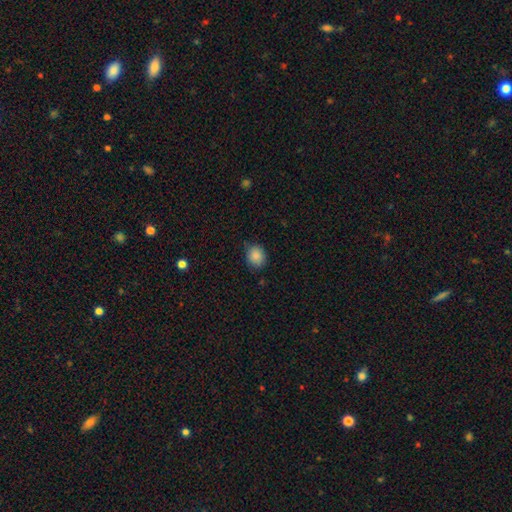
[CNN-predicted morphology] smooth 88%, star or artifact 9%, featured or disk 3%. Down the decision tree: how rounded — round (72%); merging — none (81%).